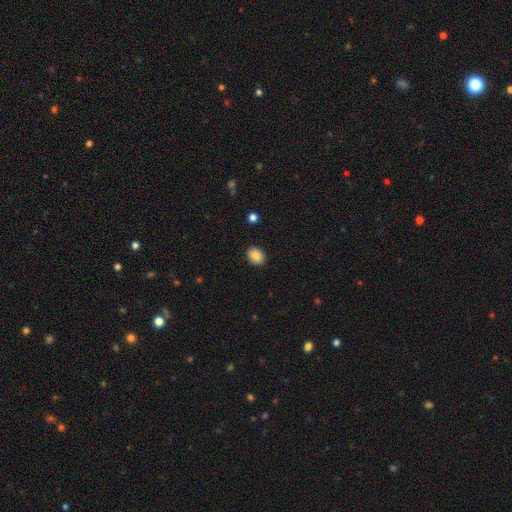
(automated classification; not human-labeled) smooth 86%, star or artifact 8%, featured or disk 6%. Down the decision tree: how rounded — in between (57%); merging — none (90%).